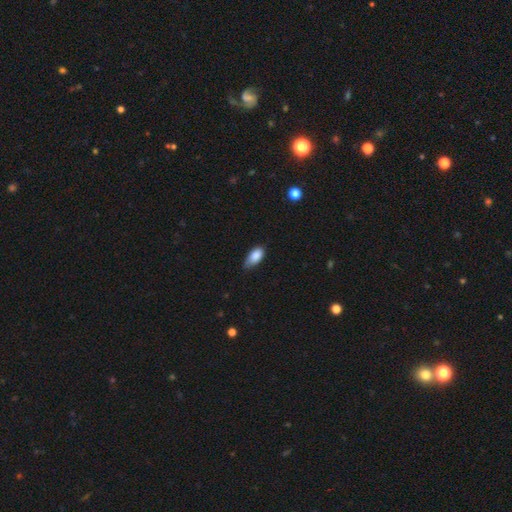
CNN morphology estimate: smooth-or-featured: smooth: 87% | star or artifact: 7% | featured or disk: 6%
  how-rounded: in between: 91% | cigar-shaped: 6% | round: 3%
  merging: none: 54% | minor disturbance: 39% | major disturbance: 5% | merger: 2%